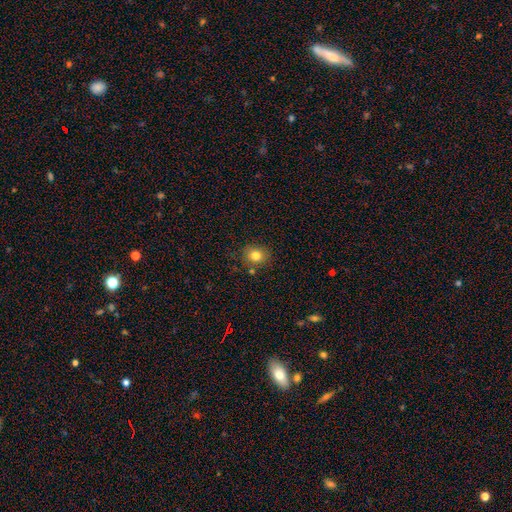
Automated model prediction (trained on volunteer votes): smooth-or-featured: smooth: 80% | star or artifact: 12% | featured or disk: 8%
  how-rounded: round: 71% | in between: 28% | cigar-shaped: 1%
  merging: none: 82% | minor disturbance: 11% | merger: 4% | major disturbance: 3%